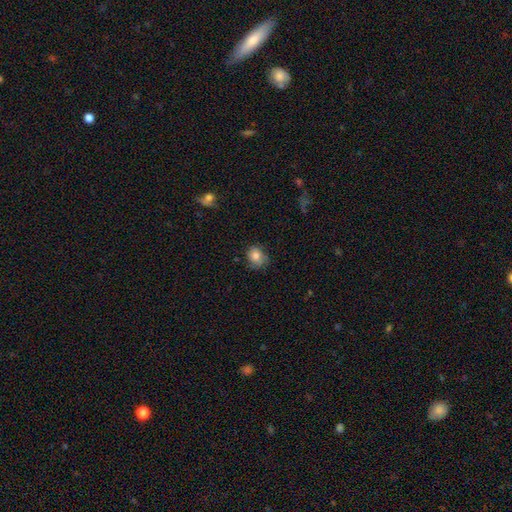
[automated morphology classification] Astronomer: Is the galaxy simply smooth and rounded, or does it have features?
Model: smooth — 79%.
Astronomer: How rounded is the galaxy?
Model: round — 65%.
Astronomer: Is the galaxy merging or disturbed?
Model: none — 68%.